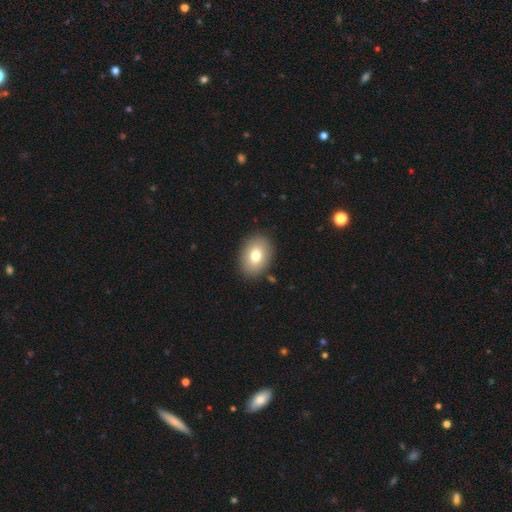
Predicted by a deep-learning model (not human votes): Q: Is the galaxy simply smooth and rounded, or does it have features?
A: smooth — 78%.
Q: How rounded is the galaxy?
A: in between — 77%.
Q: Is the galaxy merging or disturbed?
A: none — 88%.